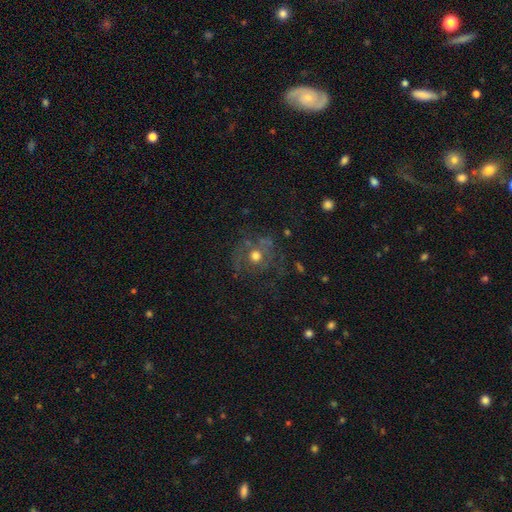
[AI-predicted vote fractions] A featured or disk galaxy (52%).

Vote fractions:
- Smooth or featured? featured or disk: 52% / smooth: 33% / star or artifact: 15%
- Edge-on disk? no: 96% / yes: 4%
- Merging? none: 61% / minor disturbance: 18% / major disturbance: 18% / merger: 3%